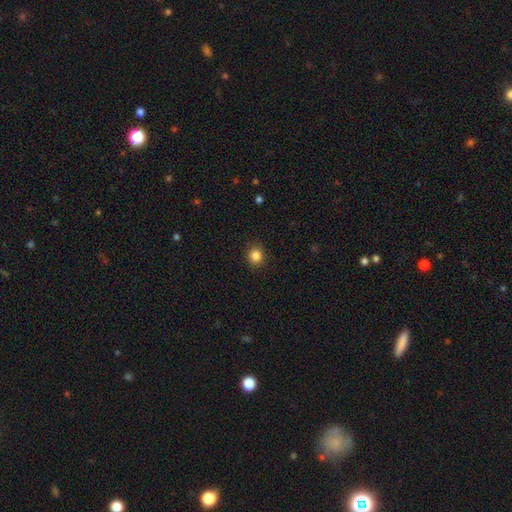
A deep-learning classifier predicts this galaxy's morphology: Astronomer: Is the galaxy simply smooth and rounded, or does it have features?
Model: smooth — 85%.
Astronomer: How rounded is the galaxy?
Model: round — 86%.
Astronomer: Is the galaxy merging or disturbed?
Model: none — 90%.